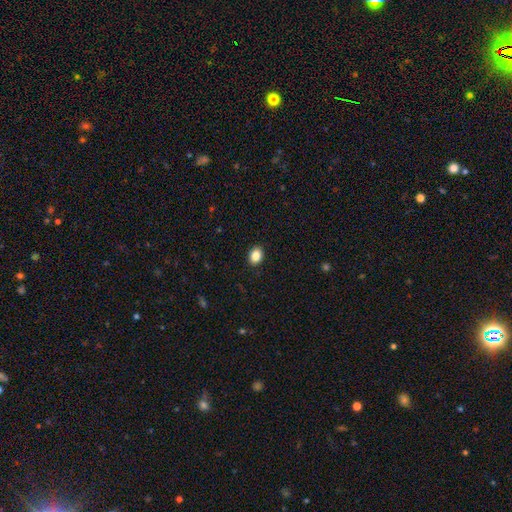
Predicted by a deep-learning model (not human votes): Smooth or featured: smooth — 86% (star or artifact — 9%)
How rounded: in between — 65% (round — 34%)
Merging: none — 90% (minor disturbance — 7%)